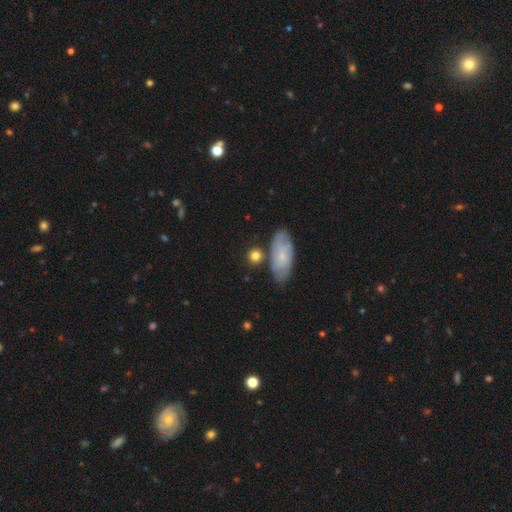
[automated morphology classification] The model was most divided on "how rounded": round: 72%, in between: 23%, cigar-shaped: 4%. More confident: smooth or featured — smooth (75%); merging — none (71%).